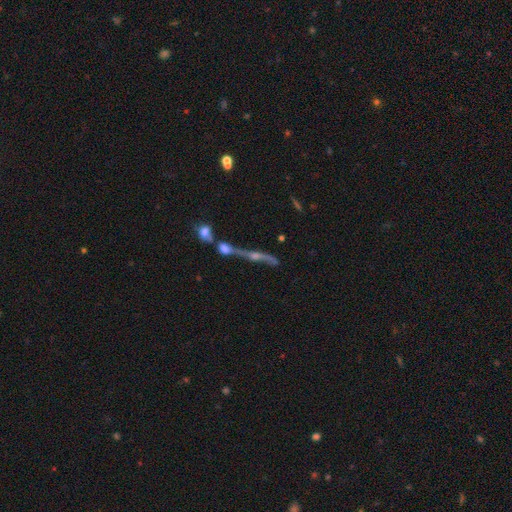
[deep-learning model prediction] The model was most divided on "merging": merger: 48%, none: 31%, minor disturbance: 11%, major disturbance: 10%. More confident: edge-on bulge — rounded (78%); edge-on disk — yes (72%); smooth or featured — featured or disk (70%).